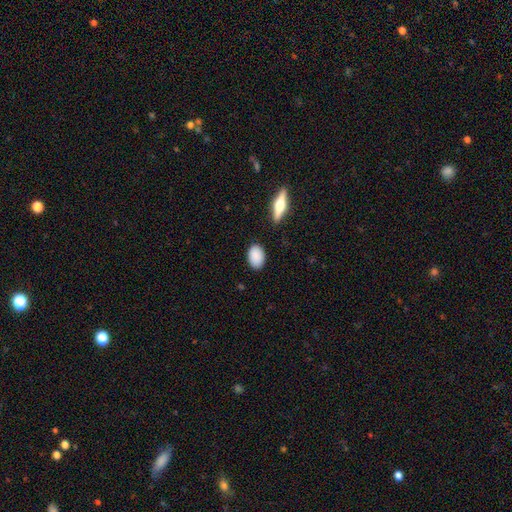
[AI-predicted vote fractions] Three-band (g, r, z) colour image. It shows a smooth galaxy with no disk features (87%) that is in between round and cigar-shaped (87%). Merging: none (84%).